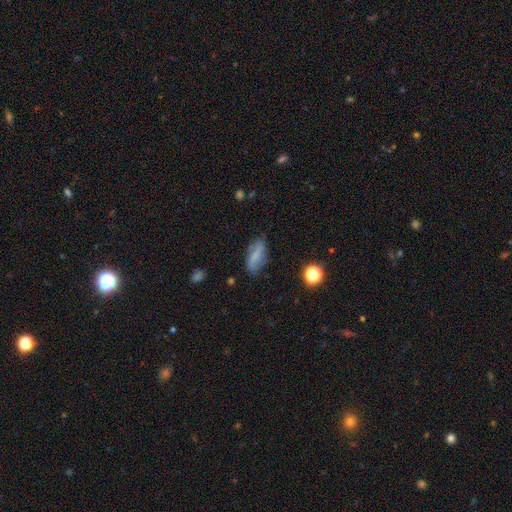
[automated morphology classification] Q: Smooth or featured?
A: smooth (61%); runner-up: featured or disk (29%)
Q: How rounded?
A: in between (75%); runner-up: cigar-shaped (21%)
Q: Merging?
A: none (72%); runner-up: minor disturbance (20%)